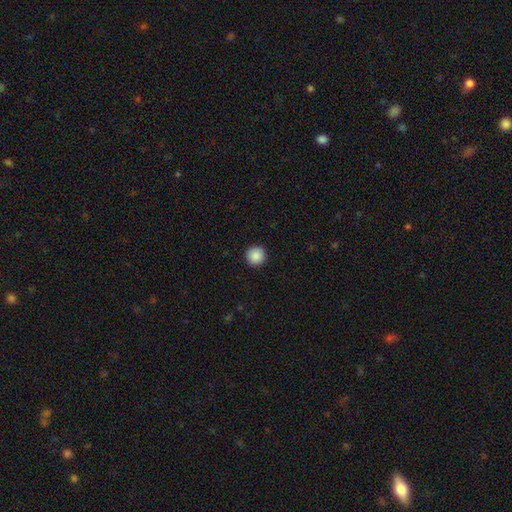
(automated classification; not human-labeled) Q: Smooth or featured?
A: smooth (89%); runner-up: star or artifact (8%)
Q: How rounded?
A: round (95%); runner-up: in between (4%)
Q: Merging?
A: none (92%); runner-up: minor disturbance (5%)